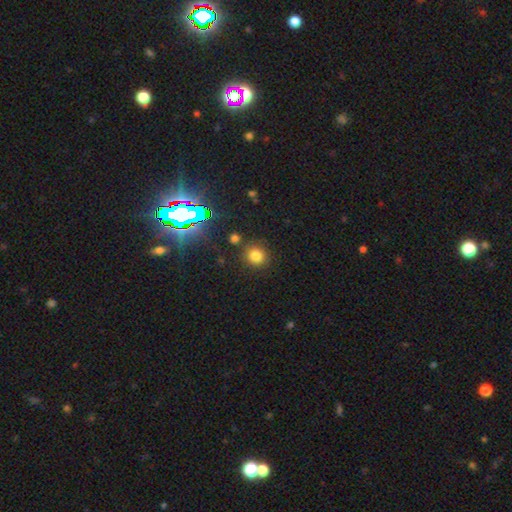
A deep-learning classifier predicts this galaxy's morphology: A smooth galaxy with no disk features (76%) that is round (88%). Merging: none (83%).